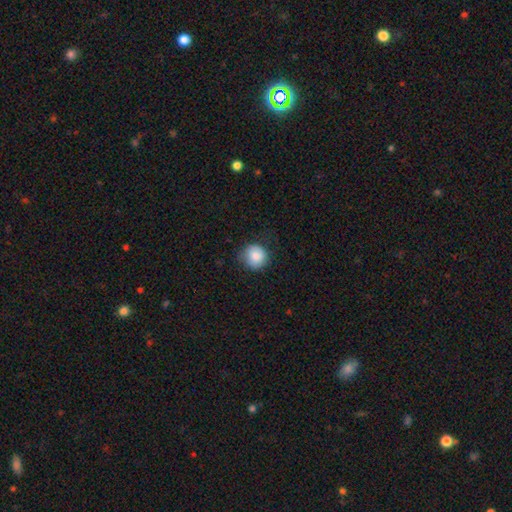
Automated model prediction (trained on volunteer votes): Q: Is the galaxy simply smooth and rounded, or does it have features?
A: smooth — 86%.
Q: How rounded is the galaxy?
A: round — 90%.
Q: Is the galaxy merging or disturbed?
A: none — 74%.